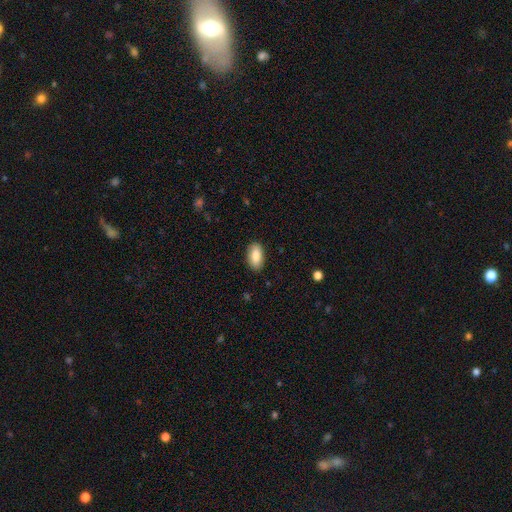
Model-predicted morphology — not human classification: The model was most divided on "smooth or featured": smooth: 84%, featured or disk: 9%, star or artifact: 6%. More confident: how rounded — in between (92%); merging — none (88%).